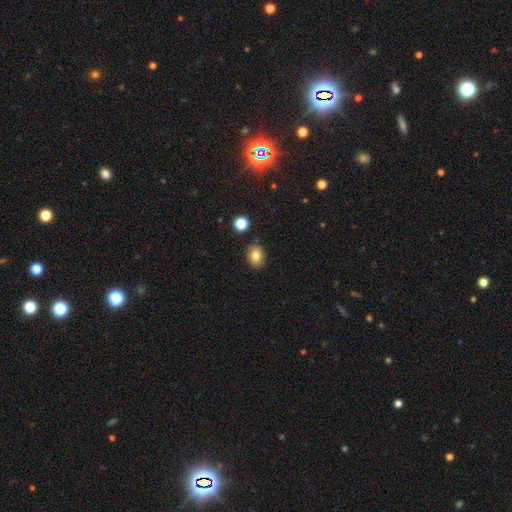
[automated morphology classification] smooth 80%, star or artifact 11%, featured or disk 9%. Down the decision tree: how rounded — round (57%); merging — none (86%).